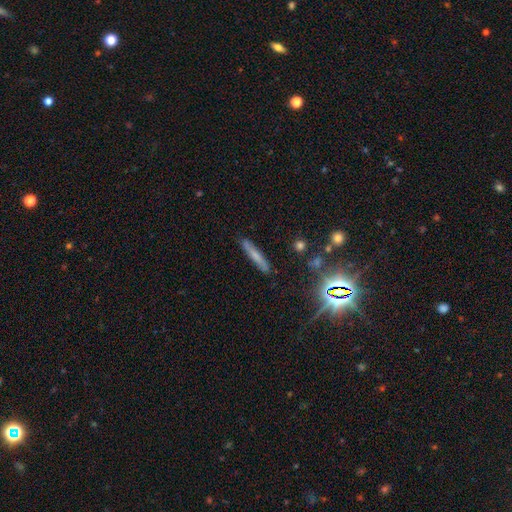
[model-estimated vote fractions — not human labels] Overall: smooth (57%; featured or disk 29%). How rounded: cigar-shaped (92%). Merging: none (86%).